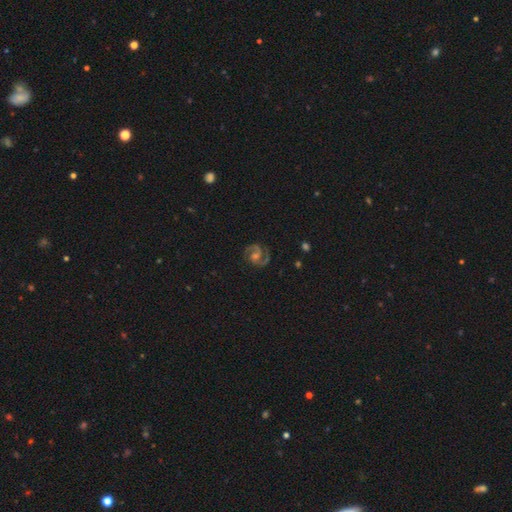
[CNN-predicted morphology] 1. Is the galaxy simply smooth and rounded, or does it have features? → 87% featured or disk, 7% star or artifact, 6% smooth.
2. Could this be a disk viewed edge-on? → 98% no, 2% yes.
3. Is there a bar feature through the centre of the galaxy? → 47% no, 41% weak, 12% strong.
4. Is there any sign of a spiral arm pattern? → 98% yes, 2% no.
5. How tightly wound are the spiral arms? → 57% medium, 33% tight, 10% loose.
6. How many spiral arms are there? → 91% 2, 3% 3, 2% can't tell, 2% 1, 1% 4, 1% more than 4.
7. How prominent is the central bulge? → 52% moderate, 31% small, 8% large, 8% none, 2% dominant.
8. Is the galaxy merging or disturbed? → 82% none, 12% minor disturbance, 5% major disturbance, 1% merger.